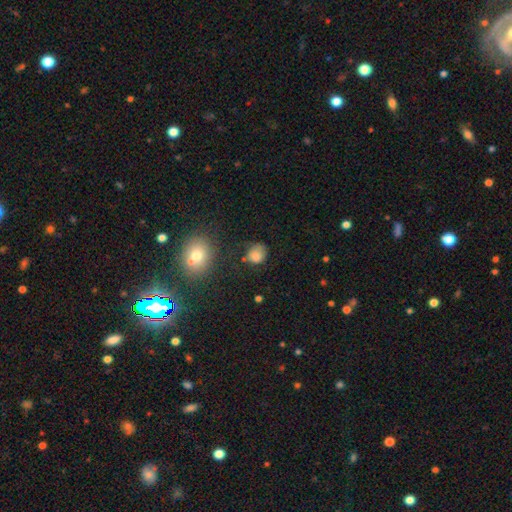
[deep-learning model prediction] smooth_or_featured: smooth (p=0.80) [alt: star or artifact p=0.12]
how_rounded: round (p=0.68) [alt: in between p=0.31]
merging: none (p=0.53) [alt: minor disturbance p=0.28]